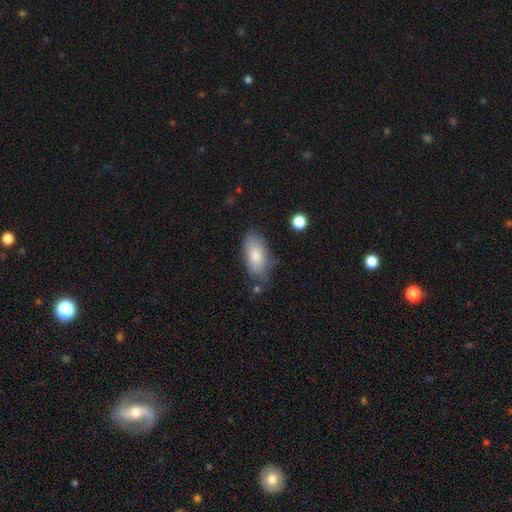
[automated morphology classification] This appears to be a smooth galaxy with no disk features (80%) that is in between round and cigar-shaped (90%). Merging: none (63%).